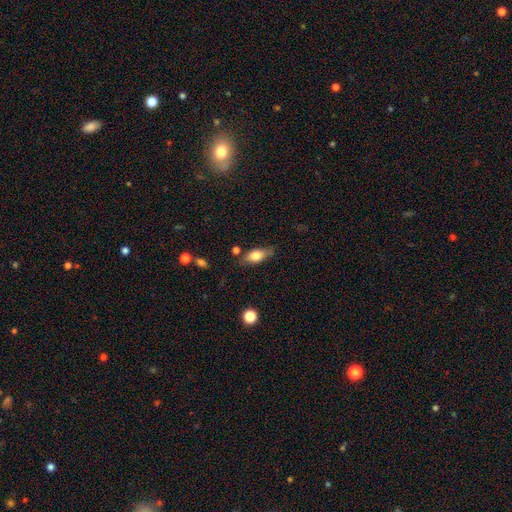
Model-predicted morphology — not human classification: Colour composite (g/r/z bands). It shows a smooth galaxy with no disk features (74%) that is in between round and cigar-shaped (81%). Merging: none (71%).